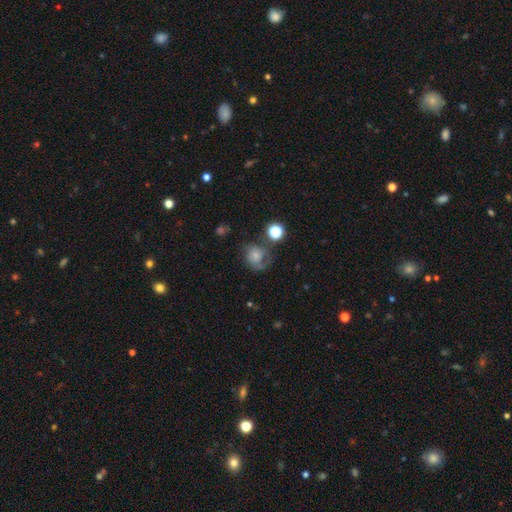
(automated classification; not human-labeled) The model was most divided on "smooth or featured": smooth: 47%, featured or disk: 40%, star or artifact: 13%. Remaining: merging — none (41%).